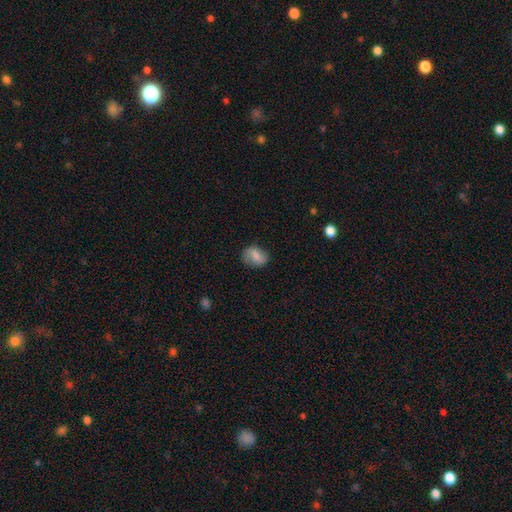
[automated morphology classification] Overall: smooth (69%). How rounded: in between (60%; round 38%). Merging: none (74%).